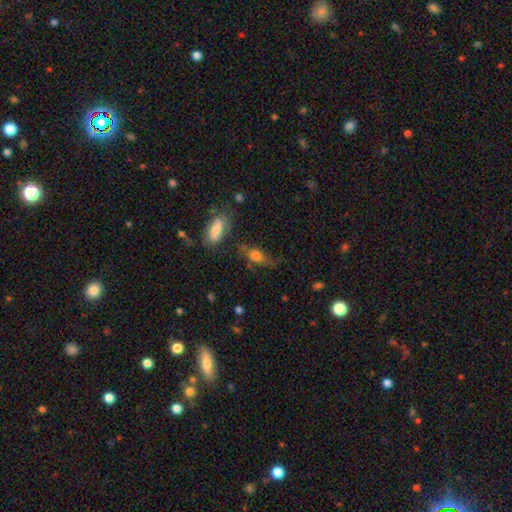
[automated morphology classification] type=smooth (69%); roundness=in between (74%); merging=none (42%).